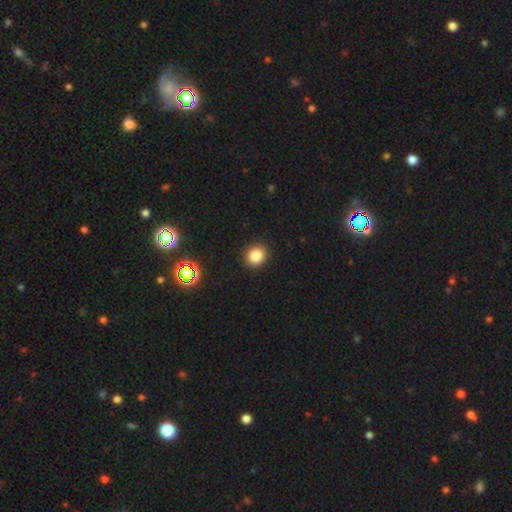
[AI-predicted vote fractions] A smooth galaxy with no disk features (84%) that is round (81%).

Vote fractions:
- Smooth or featured? smooth: 84% / star or artifact: 12% / featured or disk: 4%
- How rounded? round: 81% / in between: 18% / cigar-shaped: 1%
- Merging? none: 90% / minor disturbance: 7% / major disturbance: 2% / merger: 1%